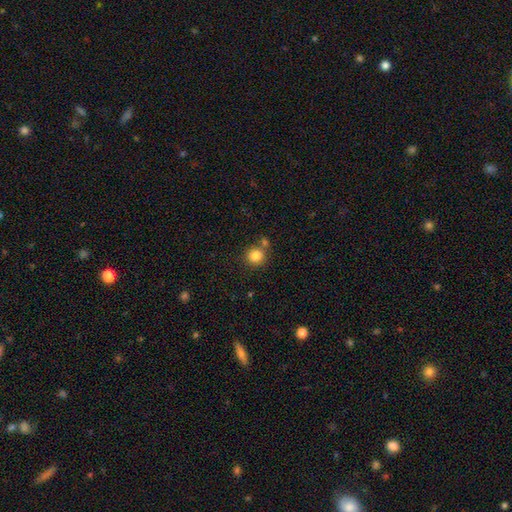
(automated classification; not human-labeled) Smooth or featured: smooth — 84% (star or artifact — 11%)
How rounded: round — 92% (in between — 7%)
Merging: none — 70% (merger — 18%)